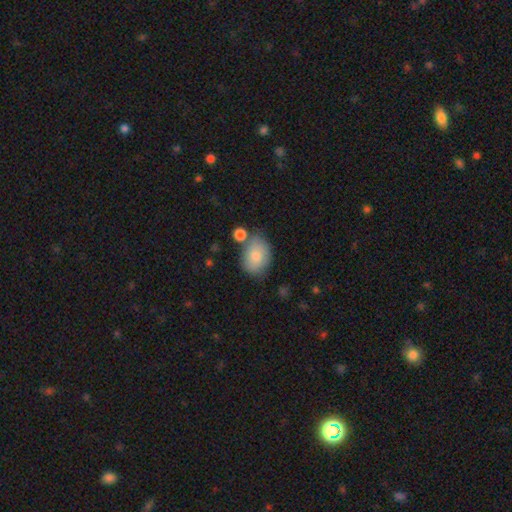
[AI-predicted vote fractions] Overall: smooth (79%). How rounded: in between (70%). Merging: none (60%; minor disturbance 21%).